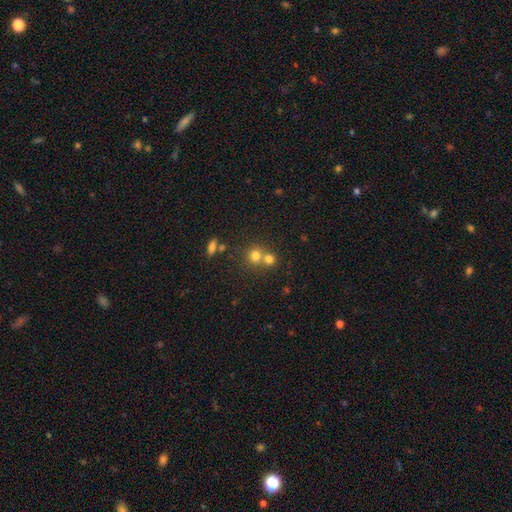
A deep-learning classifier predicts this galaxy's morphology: This is likely a smooth galaxy (74%). How rounded: clearly round (84%). Merging: possibly merger (50%).